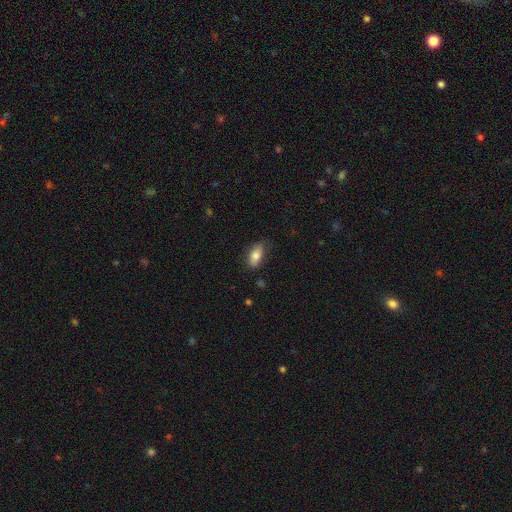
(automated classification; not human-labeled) This appears to be a smooth galaxy with no disk features (80%) that is in between round and cigar-shaped (88%). Merging: none (75%).